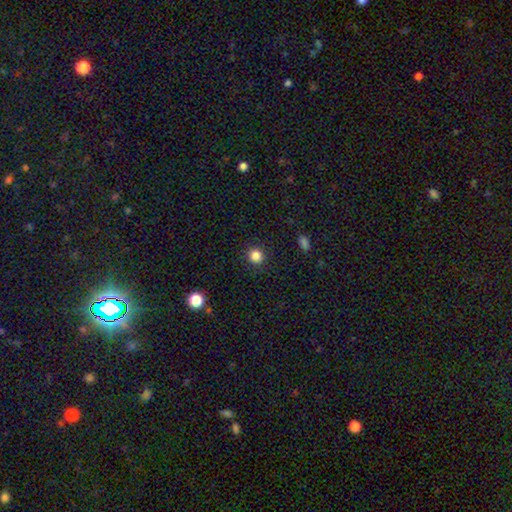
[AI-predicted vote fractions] Smooth or featured? Predicted: smooth (p=0.84). How rounded? Predicted: round (p=0.92). Merging? Predicted: none (p=0.91).